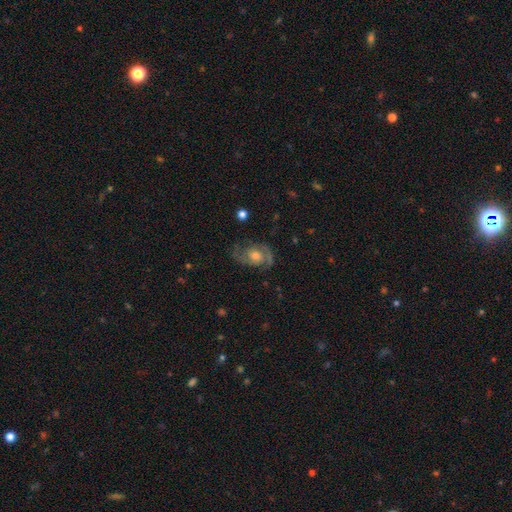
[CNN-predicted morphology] Overall: featured or disk (79%). Edge-on disk: no (97%). Bar: no (71%). Spiral arms: yes (91%). Spiral arm count: 2 (86%). Spiral winding: medium (52%; tight 28%). Bulge size: moderate (65%). Merging: none (72%).